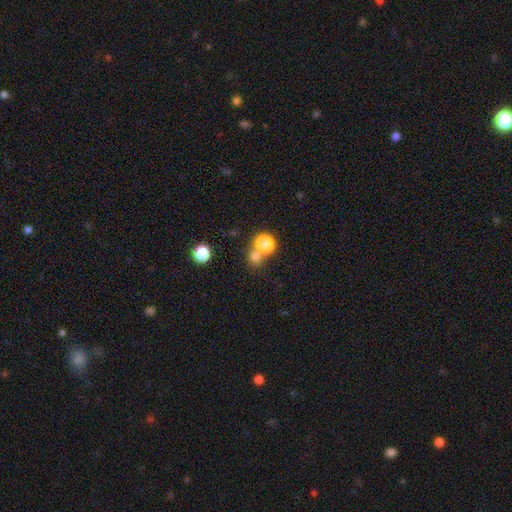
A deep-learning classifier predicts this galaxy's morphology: Smooth or featured? Predicted: smooth (p=0.54). How rounded? Predicted: round (p=0.84). Merging? Predicted: none (p=0.63).